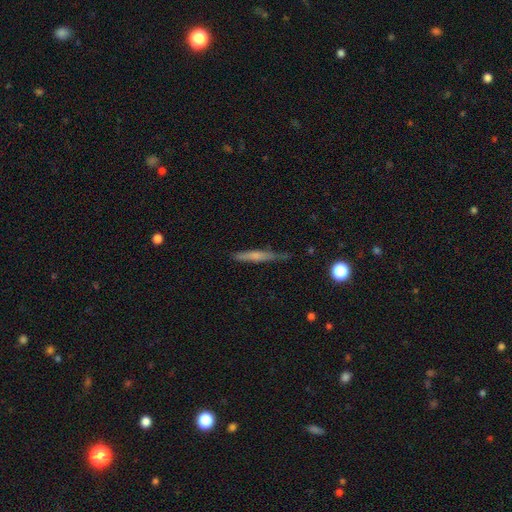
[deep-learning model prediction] Smooth or featured? smooth (53%)
How rounded? cigar-shaped (92%)
Merging? none (70%)